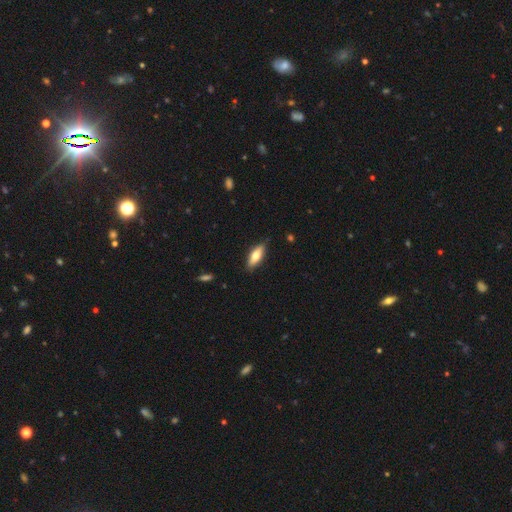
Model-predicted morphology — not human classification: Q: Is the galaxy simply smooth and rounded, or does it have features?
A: smooth — 70%.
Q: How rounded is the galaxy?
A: in between — 63%.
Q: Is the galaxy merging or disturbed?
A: none — 86%.